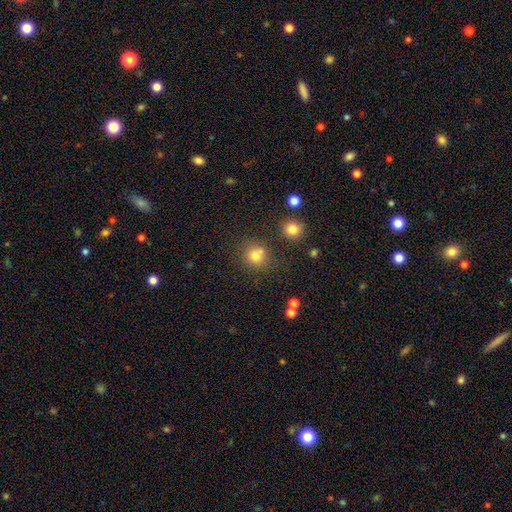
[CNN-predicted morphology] Smooth or featured? Predicted: smooth (p=0.77). How rounded? Predicted: round (p=0.86). Merging? Predicted: none (p=0.67).